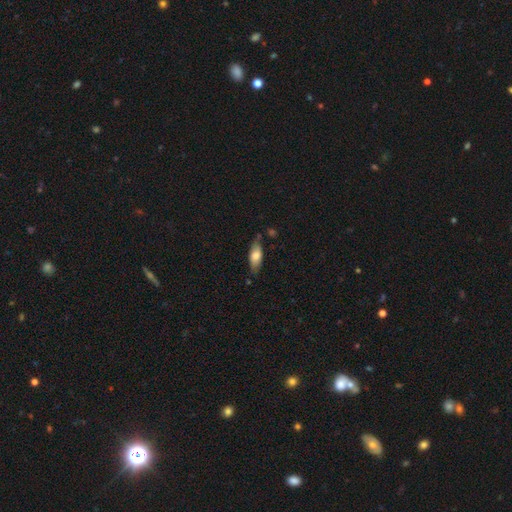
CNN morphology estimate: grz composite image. It shows a smooth galaxy with no disk features (67%) that is in between round and cigar-shaped (74%). Merging: none (69%).